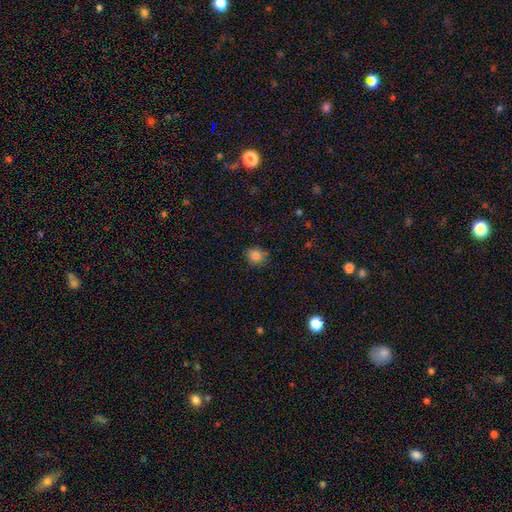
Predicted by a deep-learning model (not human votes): Smooth or featured? smooth (85%)
How rounded? round (81%)
Merging? none (82%)